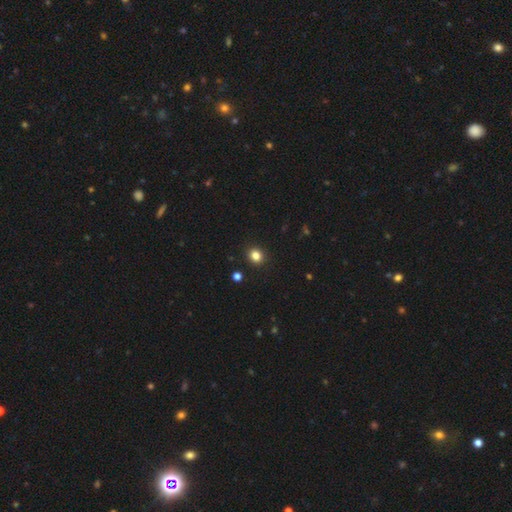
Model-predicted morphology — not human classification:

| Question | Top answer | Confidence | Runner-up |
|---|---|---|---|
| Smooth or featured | smooth | 83% | star or artifact (13%) |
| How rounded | round | 79% | in between (21%) |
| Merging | none | 92% | minor disturbance (5%) |